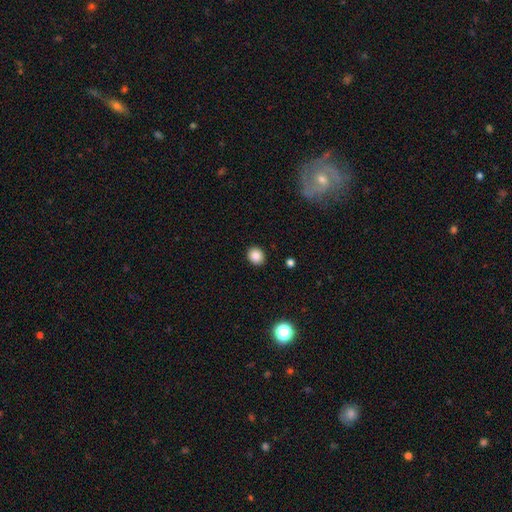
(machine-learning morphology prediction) type=smooth (85%); roundness=round (69%); merging=none (91%).